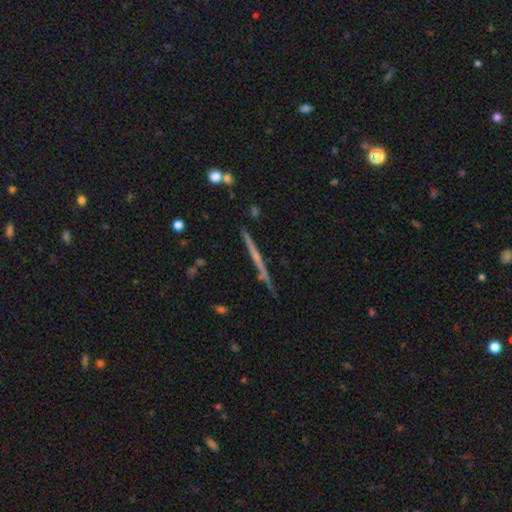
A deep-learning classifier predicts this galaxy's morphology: Overall: featured or disk (62%; smooth 31%). Edge-on disk: yes (97%). Edge-on bulge: none (85%). Merging: none (87%).